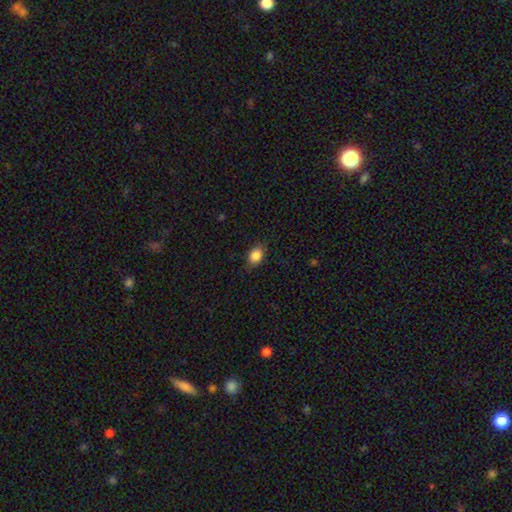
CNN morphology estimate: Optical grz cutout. It shows a smooth galaxy with no disk features (86%) that is in between round and cigar-shaped (72%). Merging: none (80%).